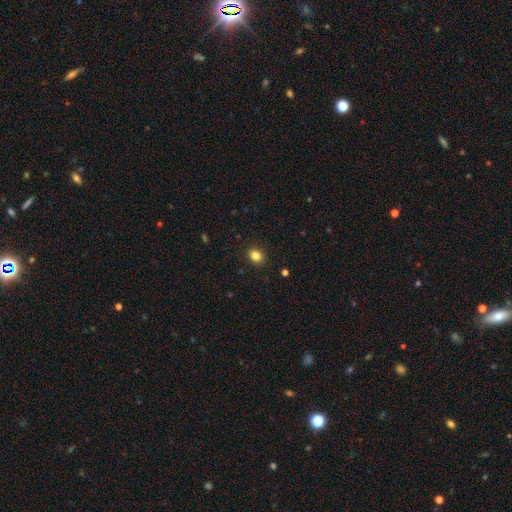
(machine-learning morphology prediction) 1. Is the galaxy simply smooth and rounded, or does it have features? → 84% smooth, 12% star or artifact, 5% featured or disk.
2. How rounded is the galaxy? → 61% round, 38% in between, 1% cigar-shaped.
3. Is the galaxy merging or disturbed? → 91% none, 6% minor disturbance, 2% major disturbance, 1% merger.